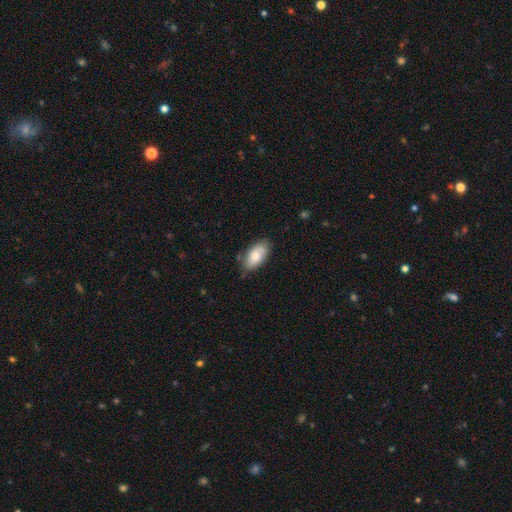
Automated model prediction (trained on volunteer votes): Smooth or featured: smooth — 76% (featured or disk — 18%)
How rounded: in between — 93% (cigar-shaped — 4%)
Merging: none — 73% (minor disturbance — 21%)